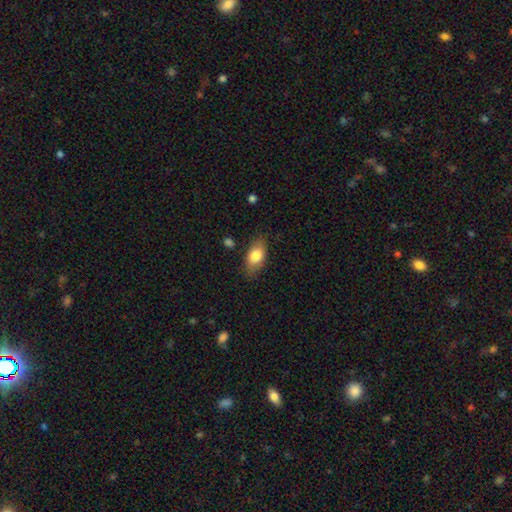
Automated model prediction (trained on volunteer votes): smooth_or_featured: smooth (p=0.79) [alt: featured or disk p=0.14]
how_rounded: in between (p=0.88) [alt: round p=0.07]
merging: none (p=0.80) [alt: minor disturbance p=0.15]